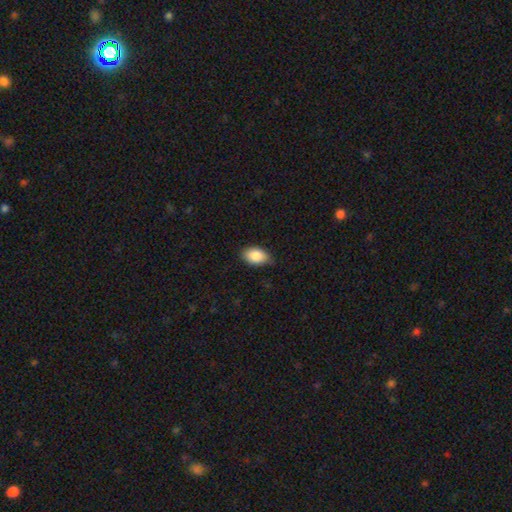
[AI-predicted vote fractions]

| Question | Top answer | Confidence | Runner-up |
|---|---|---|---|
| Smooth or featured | smooth | 87% | star or artifact (7%) |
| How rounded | in between | 89% | round (9%) |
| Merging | none | 76% | minor disturbance (20%) |